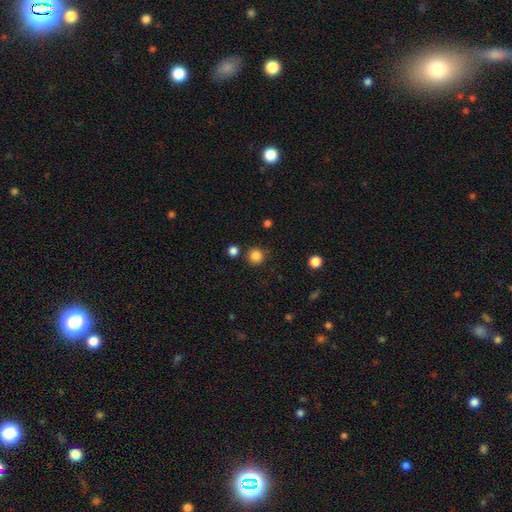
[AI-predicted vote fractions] This is clearly a smooth galaxy (85%). How rounded: clearly round (94%). Merging: clearly none (85%).